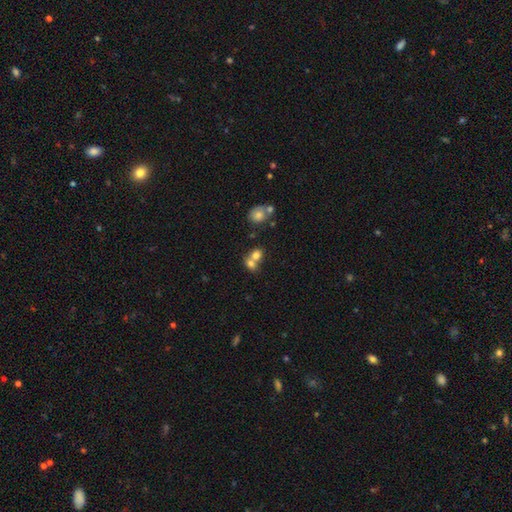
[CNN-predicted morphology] This appears to be a smooth galaxy with no disk features (73%) that is round (58%). Merging: merger (61%).